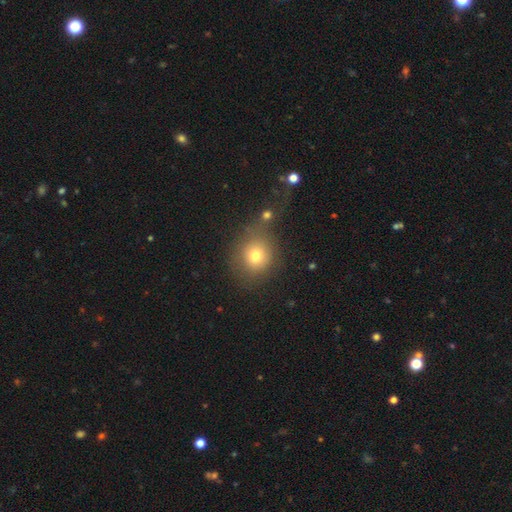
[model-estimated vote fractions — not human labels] Smooth or featured?
  - smooth: 76% *
  - star or artifact: 13%
  - featured or disk: 11%
How rounded?
  - round: 80% *
  - in between: 19%
  - cigar-shaped: 1%
Merging?
  - none: 58% *
  - merger: 17%
  - minor disturbance: 14%
  - major disturbance: 11%